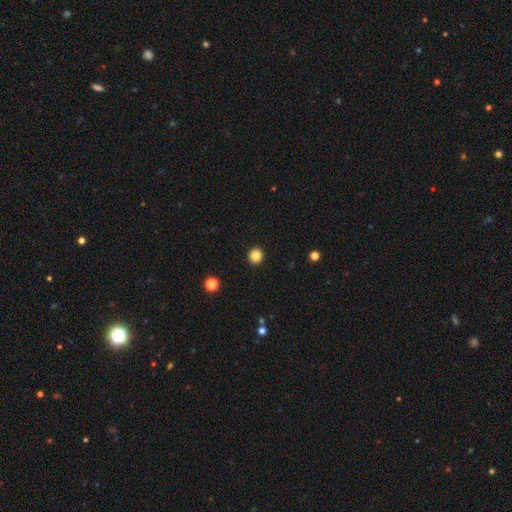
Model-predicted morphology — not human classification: Smooth or featured? Predicted: smooth (p=0.85). How rounded? Predicted: round (p=0.94). Merging? Predicted: none (p=0.93).